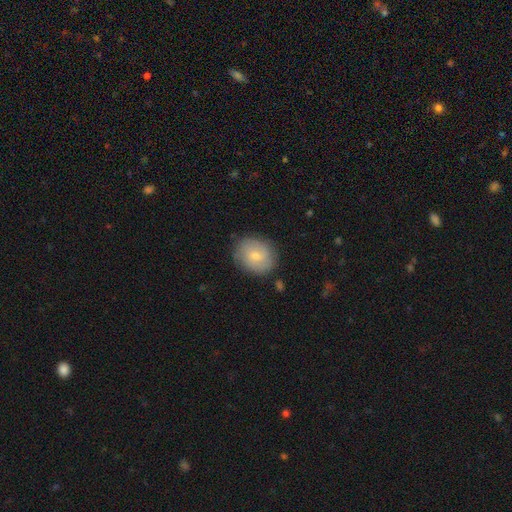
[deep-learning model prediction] This is likely a smooth galaxy (69%). How rounded: likely round (62%). Merging: clearly none (82%).